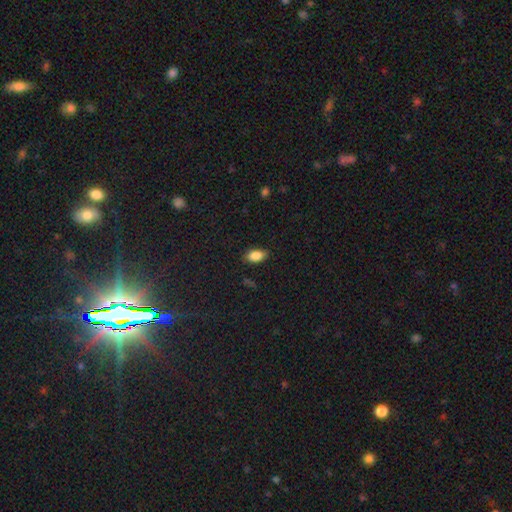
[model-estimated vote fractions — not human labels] This appears to be a smooth galaxy with no disk features (86%) that is in between round and cigar-shaped (91%). Merging: none (84%).